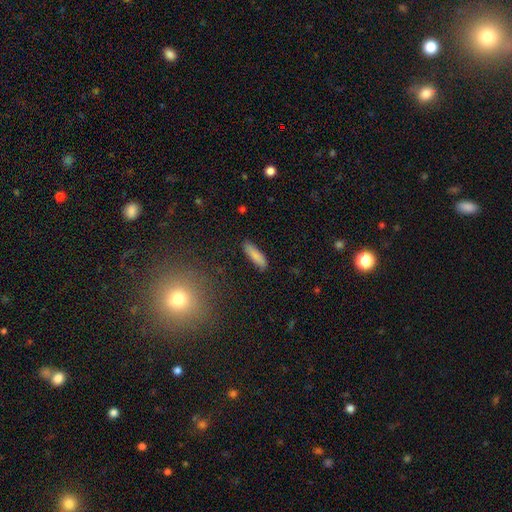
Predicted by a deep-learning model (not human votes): smooth-or-featured: smooth: 84% | featured or disk: 9% | star or artifact: 7%
  how-rounded: cigar-shaped: 62% | in between: 36% | round: 2%
  merging: none: 87% | minor disturbance: 10% | major disturbance: 2% | merger: 1%